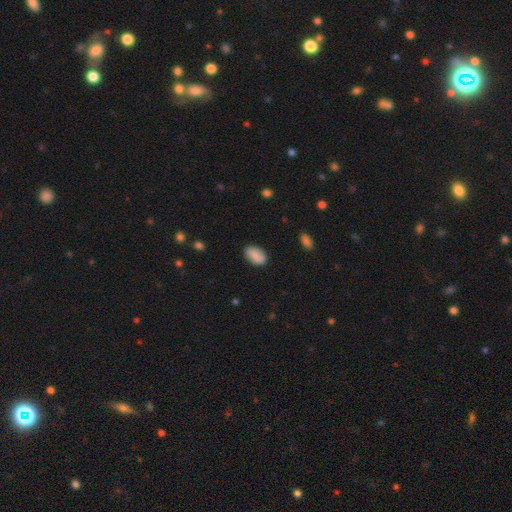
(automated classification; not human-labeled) Overall: smooth (85%). How rounded: in between (91%). Merging: none (84%).